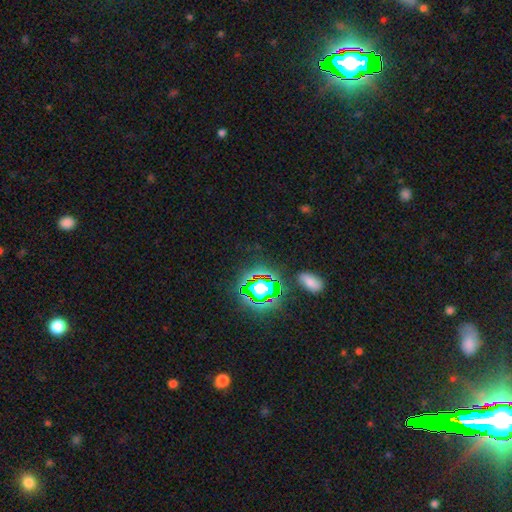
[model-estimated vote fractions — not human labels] star or artifact 78%, smooth 14%, featured or disk 8%.